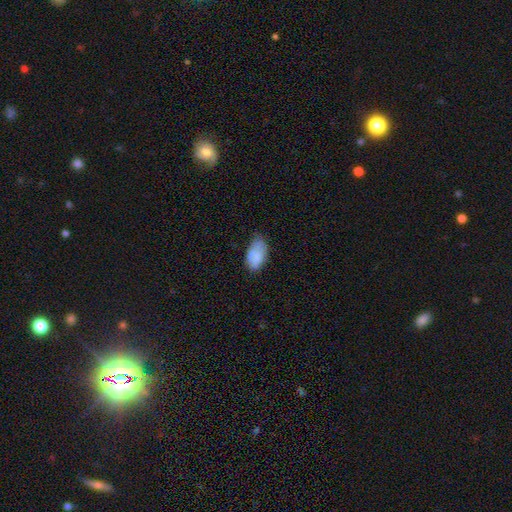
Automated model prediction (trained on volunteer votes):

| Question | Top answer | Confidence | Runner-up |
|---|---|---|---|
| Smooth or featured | smooth | 79% | featured or disk (13%) |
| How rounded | in between | 94% | round (4%) |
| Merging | none | 48% | minor disturbance (39%) |